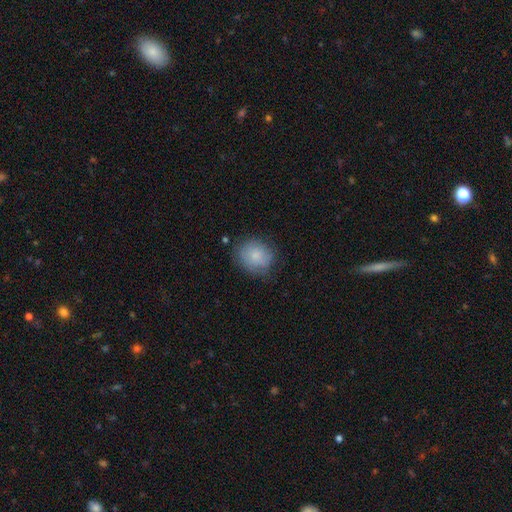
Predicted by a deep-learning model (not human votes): Smooth or featured: smooth — 80% (featured or disk — 13%)
How rounded: round — 75% (in between — 24%)
Merging: none — 73% (minor disturbance — 20%)